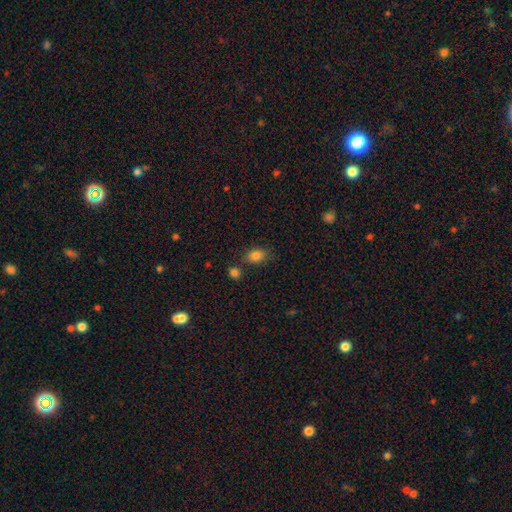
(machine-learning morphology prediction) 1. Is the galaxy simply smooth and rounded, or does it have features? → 84% smooth, 10% star or artifact, 6% featured or disk.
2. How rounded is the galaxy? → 79% in between, 19% round, 2% cigar-shaped.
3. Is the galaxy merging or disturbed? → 74% none, 14% minor disturbance, 8% merger, 4% major disturbance.